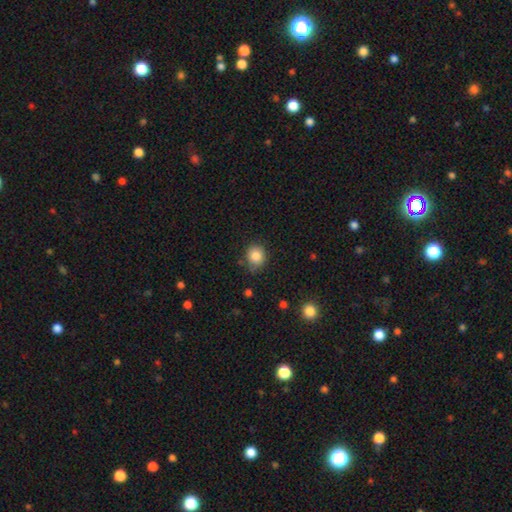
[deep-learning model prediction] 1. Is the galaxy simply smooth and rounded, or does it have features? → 84% smooth, 10% star or artifact, 6% featured or disk.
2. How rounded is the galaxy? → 81% round, 18% in between, 1% cigar-shaped.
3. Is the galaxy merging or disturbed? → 78% none, 16% minor disturbance, 3% major disturbance, 2% merger.